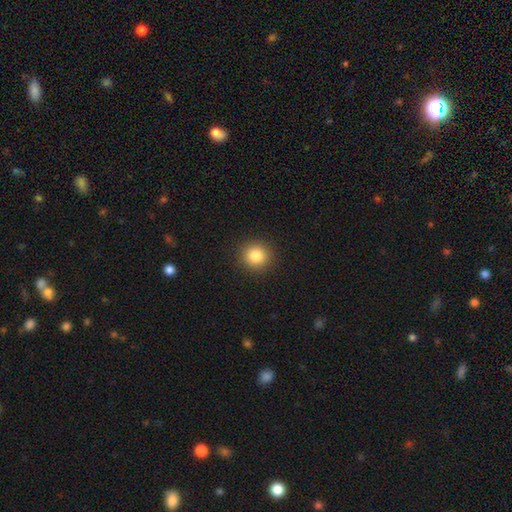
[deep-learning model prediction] smooth_or_featured: smooth (p=0.84) [alt: star or artifact p=0.11]
how_rounded: round (p=0.92) [alt: in between p=0.07]
merging: none (p=0.92) [alt: minor disturbance p=0.05]